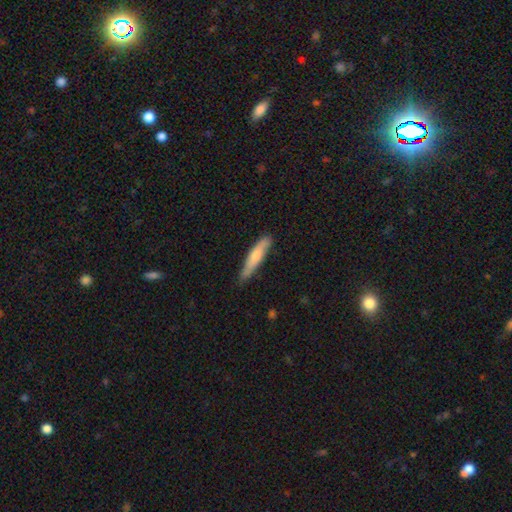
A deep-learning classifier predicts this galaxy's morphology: type=smooth (67%); roundness=cigar-shaped (88%); merging=none (77%).